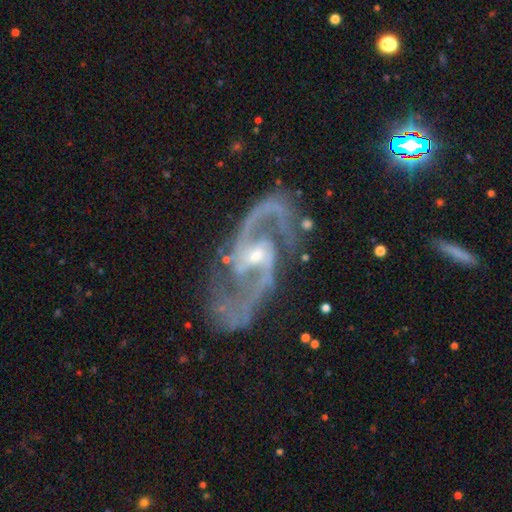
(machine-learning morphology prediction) Q: Smooth or featured?
A: featured or disk (93%); runner-up: star or artifact (4%)
Q: Edge-on disk?
A: no (98%); runner-up: yes (2%)
Q: Bar?
A: weak (46%); runner-up: no (30%)
Q: Spiral arms?
A: yes (98%); runner-up: no (2%)
Q: Spiral winding?
A: medium (57%); runner-up: loose (29%)
Q: Spiral arm count?
A: 2 (92%); runner-up: 3 (2%)
Q: Bulge size?
A: small (58%); runner-up: moderate (37%)
Q: Merging?
A: none (67%); runner-up: minor disturbance (17%)